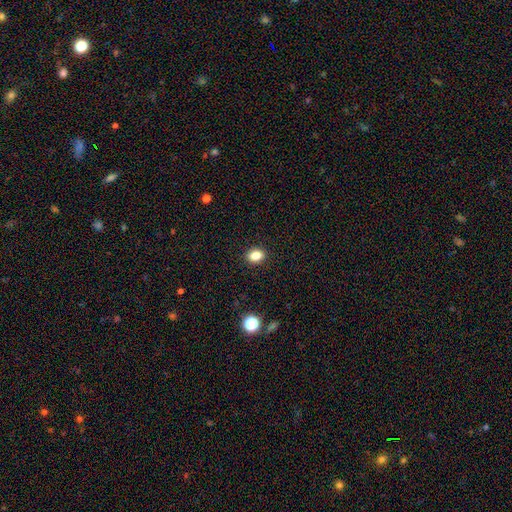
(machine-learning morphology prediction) This appears to be a smooth galaxy with no disk features (84%) that is in between round and cigar-shaped (57%). Merging: none (91%).